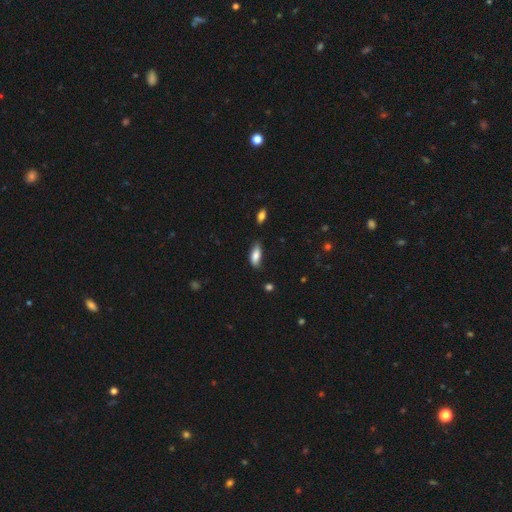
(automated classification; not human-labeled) Smooth or featured?
  - smooth: 83% *
  - featured or disk: 10%
  - star or artifact: 7%
How rounded?
  - in between: 80% *
  - cigar-shaped: 18%
  - round: 2%
Merging?
  - none: 67% *
  - minor disturbance: 26%
  - major disturbance: 4%
  - merger: 2%